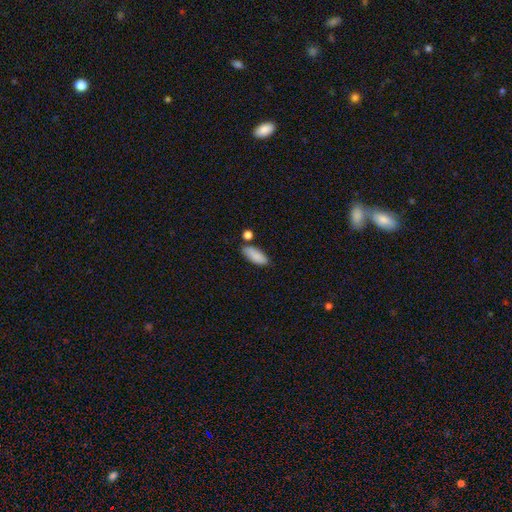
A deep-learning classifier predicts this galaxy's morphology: smooth_or_featured: smooth (p=0.87) [alt: star or artifact p=0.06]
how_rounded: in between (p=0.81) [alt: cigar-shaped p=0.17]
merging: none (p=0.72) [alt: minor disturbance p=0.15]